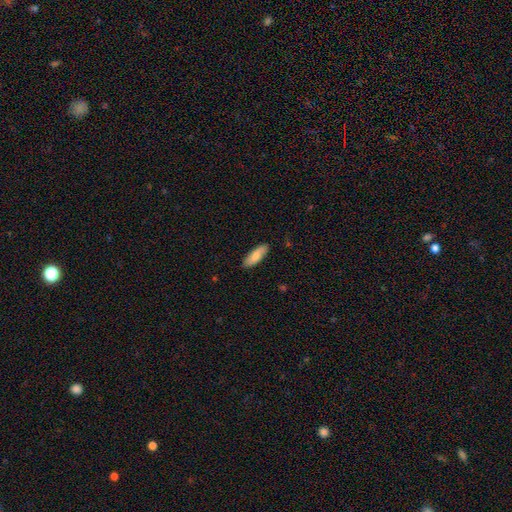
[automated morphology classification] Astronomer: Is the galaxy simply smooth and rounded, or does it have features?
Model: smooth — 80%.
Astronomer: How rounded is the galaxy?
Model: in between — 59% (runner-up: cigar-shaped, 40%).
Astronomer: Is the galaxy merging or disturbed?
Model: none — 87%.